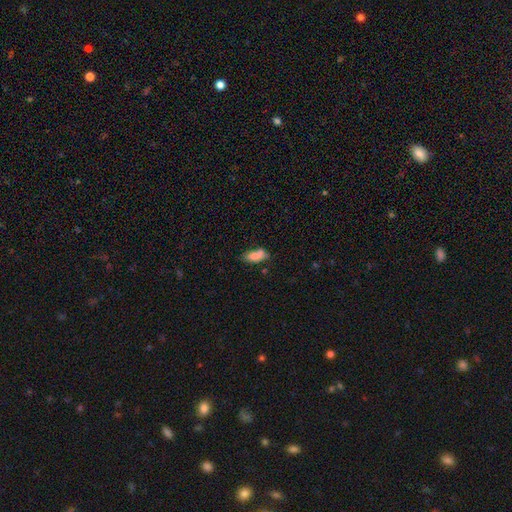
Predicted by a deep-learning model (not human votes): Smooth or featured: smooth — 77% (featured or disk — 15%)
How rounded: in between — 80% (cigar-shaped — 16%)
Merging: none — 53% (minor disturbance — 22%)